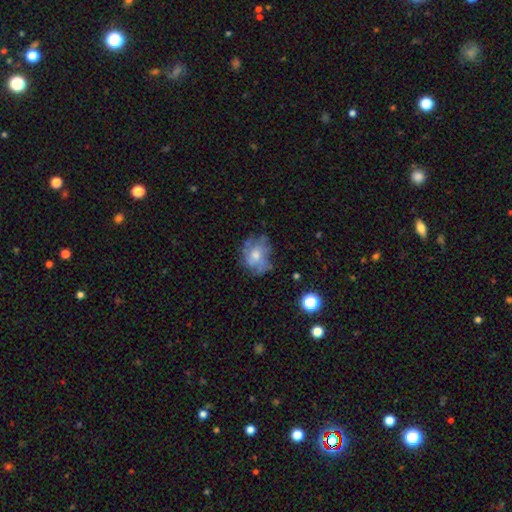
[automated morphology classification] Smooth or featured? Predicted: featured or disk (p=0.51). Edge-on disk? Predicted: no (p=0.97). Merging? Predicted: none (p=0.53).